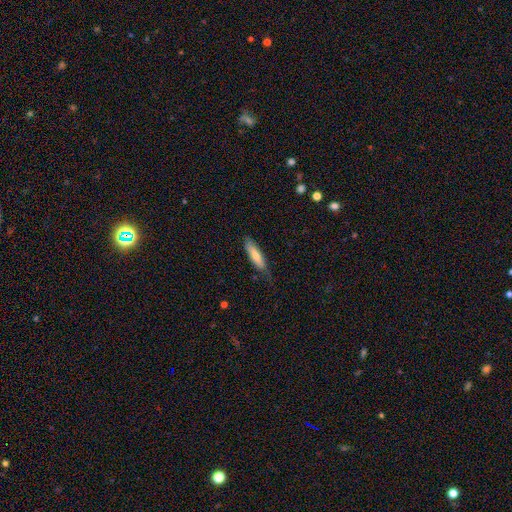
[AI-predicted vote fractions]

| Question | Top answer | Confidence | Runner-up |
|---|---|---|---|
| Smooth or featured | smooth | 72% | featured or disk (22%) |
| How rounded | cigar-shaped | 67% | in between (32%) |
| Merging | none | 69% | minor disturbance (24%) |